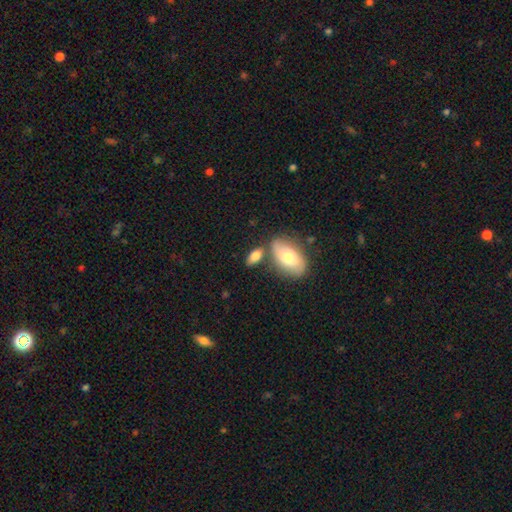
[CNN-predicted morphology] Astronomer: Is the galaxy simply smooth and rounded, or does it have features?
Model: smooth — 79%.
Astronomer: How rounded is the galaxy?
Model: in between — 85%.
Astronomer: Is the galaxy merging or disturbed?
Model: none — 61%.